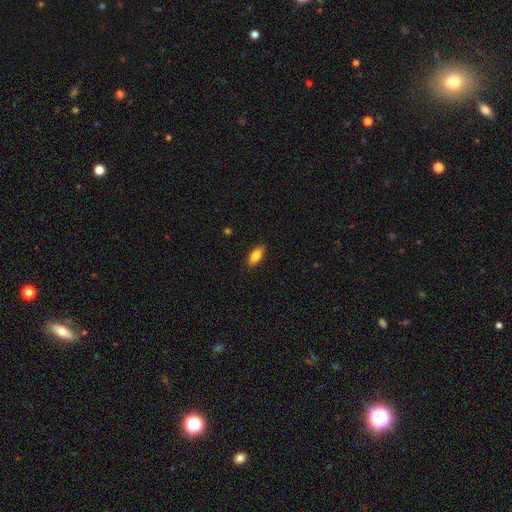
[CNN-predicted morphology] A smooth galaxy with no disk features (80%) that is in between round and cigar-shaped (82%). Merging: none (87%).